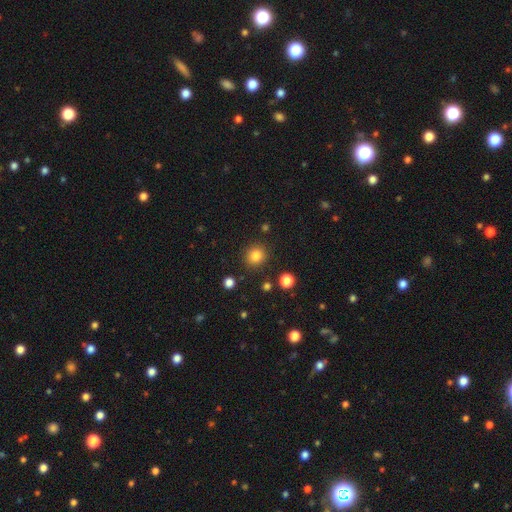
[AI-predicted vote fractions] Smooth or featured? smooth (84%)
How rounded? round (89%)
Merging? none (89%)